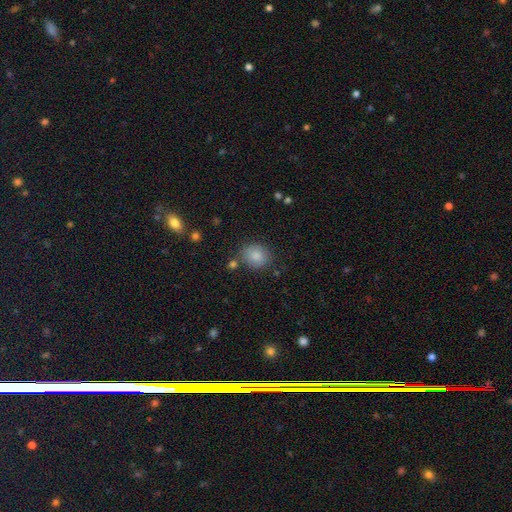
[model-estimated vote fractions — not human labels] smooth_or_featured: smooth (p=0.85) [alt: star or artifact p=0.09]
how_rounded: round (p=0.68) [alt: in between p=0.31]
merging: none (p=0.76) [alt: minor disturbance p=0.14]